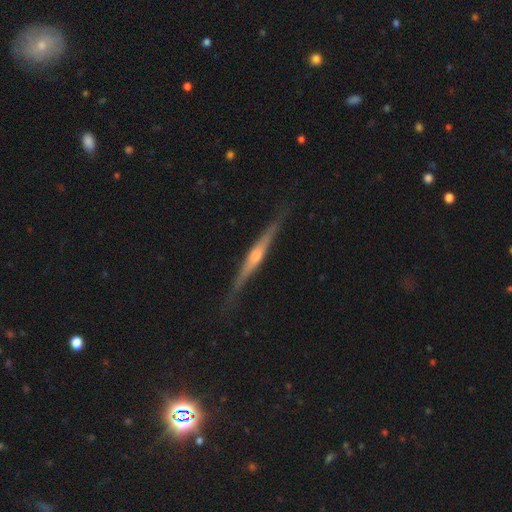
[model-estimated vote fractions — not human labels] Smooth or featured?
  - featured or disk: 79% *
  - smooth: 16%
  - star or artifact: 6%
Edge-on disk?
  - yes: 98% *
  - no: 2%
Edge-on bulge?
  - rounded: 82% *
  - none: 11%
  - boxy: 7%
Merging?
  - none: 87% *
  - minor disturbance: 10%
  - major disturbance: 2%
  - merger: 1%